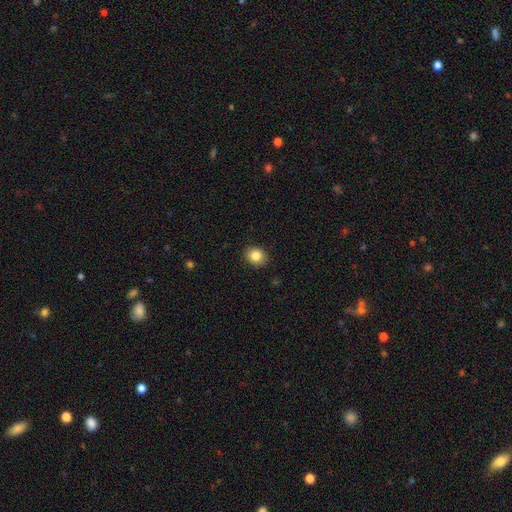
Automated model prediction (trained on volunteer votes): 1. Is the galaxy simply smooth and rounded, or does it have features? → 85% smooth, 10% star or artifact, 6% featured or disk.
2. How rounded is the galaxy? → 64% round, 36% in between, 1% cigar-shaped.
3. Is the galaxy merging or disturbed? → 90% none, 7% minor disturbance, 2% major disturbance, 1% merger.